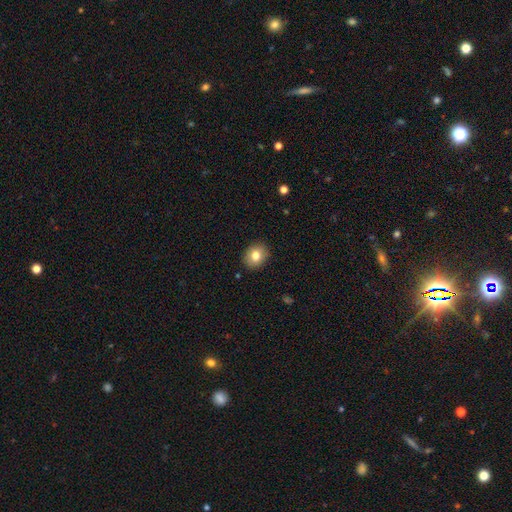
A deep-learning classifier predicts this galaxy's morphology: smooth_or_featured: smooth (p=0.80) [alt: featured or disk p=0.11]
how_rounded: round (p=0.55) [alt: in between p=0.44]
merging: none (p=0.89) [alt: minor disturbance p=0.08]